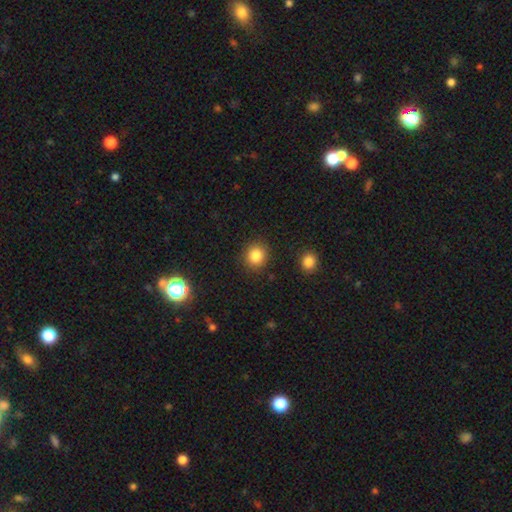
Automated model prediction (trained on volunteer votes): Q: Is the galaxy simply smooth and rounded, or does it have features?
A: smooth — 83%.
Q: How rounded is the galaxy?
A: round — 87%.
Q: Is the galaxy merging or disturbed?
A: none — 89%.